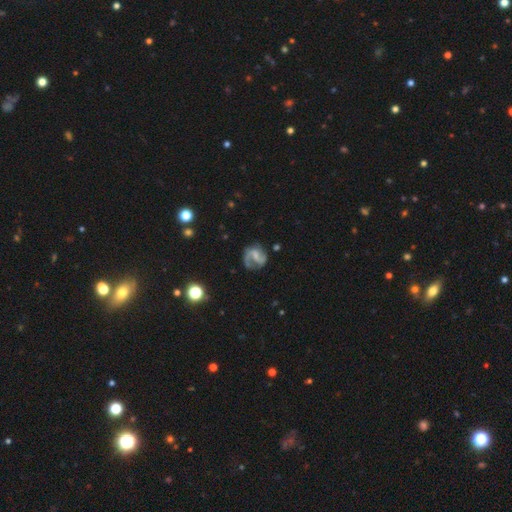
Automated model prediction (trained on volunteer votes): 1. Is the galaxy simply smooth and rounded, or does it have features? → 79% featured or disk, 14% smooth, 7% star or artifact.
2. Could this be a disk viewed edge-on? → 98% no, 2% yes.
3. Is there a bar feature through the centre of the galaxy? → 48% weak, 31% no, 21% strong.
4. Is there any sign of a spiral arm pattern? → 93% yes, 7% no.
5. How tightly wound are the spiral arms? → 50% medium, 33% loose, 18% tight.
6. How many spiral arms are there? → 79% 2, 11% 1, 6% can't tell, 2% 3, 1% 4, 1% more than 4.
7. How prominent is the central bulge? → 48% small, 25% moderate, 23% none, 2% large, 1% dominant.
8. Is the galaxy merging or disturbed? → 62% none, 20% minor disturbance, 14% major disturbance, 3% merger.